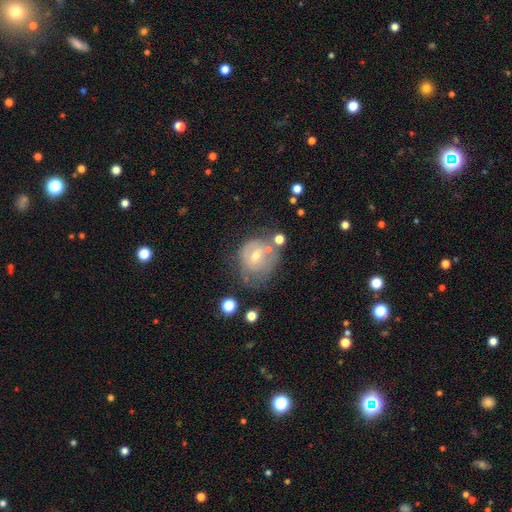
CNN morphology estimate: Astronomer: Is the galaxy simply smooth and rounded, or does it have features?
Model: featured or disk — 50% (runner-up: smooth, 40%).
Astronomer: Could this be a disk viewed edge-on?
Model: no — 96%.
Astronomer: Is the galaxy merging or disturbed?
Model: none — 38% (runner-up: minor disturbance, 27%).